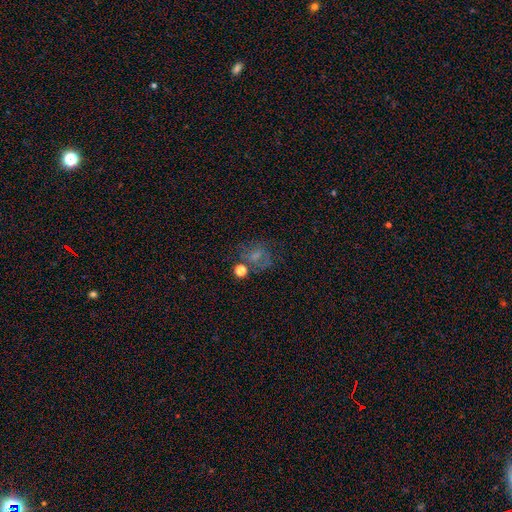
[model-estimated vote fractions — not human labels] Morphology: type=smooth (46%); merging=none (50%).